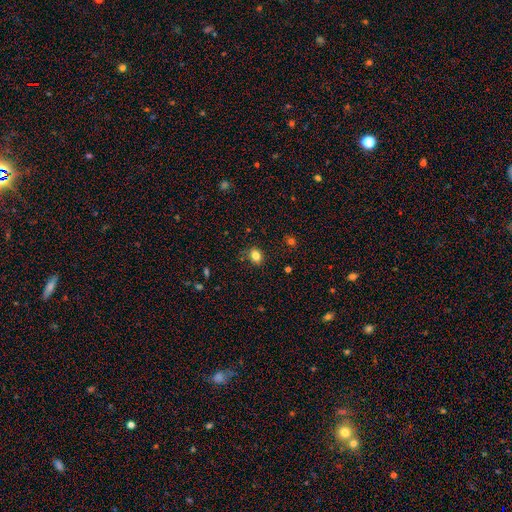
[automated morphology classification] Overall: smooth (83%). How rounded: in between (51%; round 48%). Merging: none (83%).